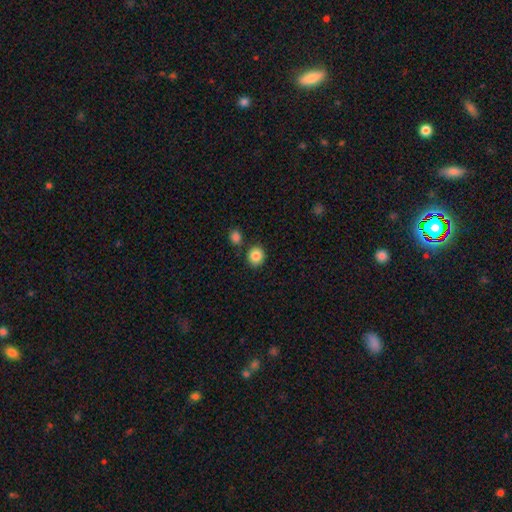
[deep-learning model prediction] Overall: smooth (86%). How rounded: round (80%). Merging: none (82%).